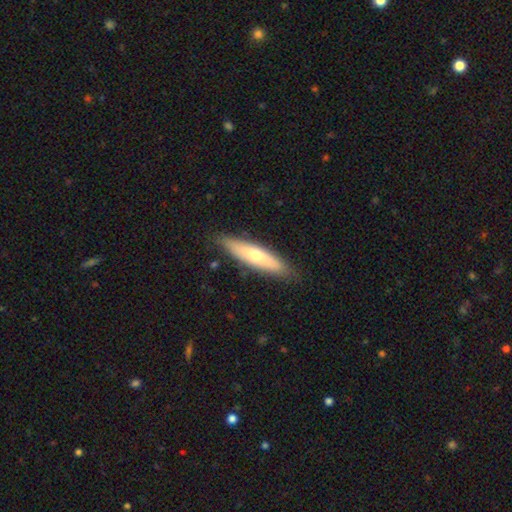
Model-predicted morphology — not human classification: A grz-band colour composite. It shows a smooth galaxy with no disk features (59%) that is cigar-shaped (74%). Merging: none (86%).